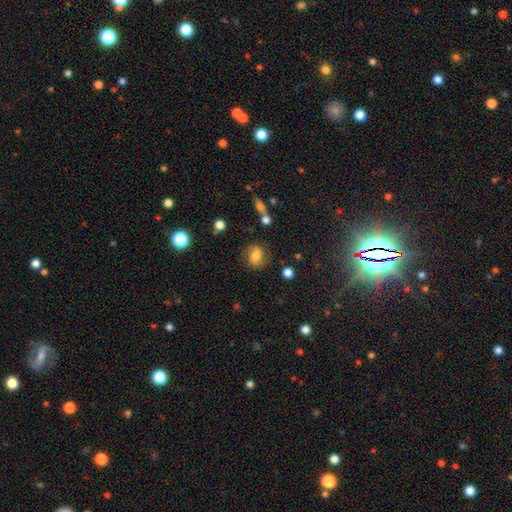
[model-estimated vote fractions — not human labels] smooth 70%, featured or disk 19%, star or artifact 11%. Down the decision tree: how rounded — in between (52%); merging — none (74%).